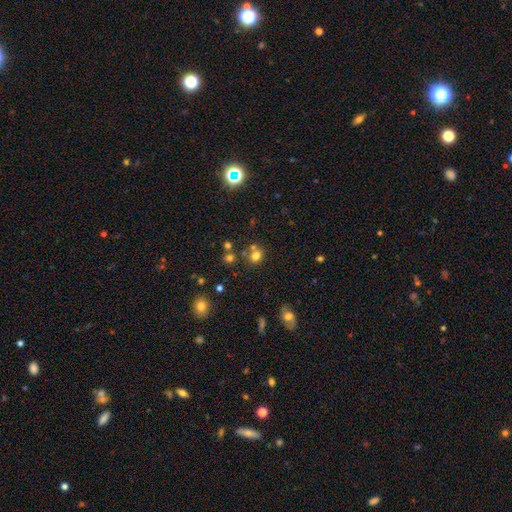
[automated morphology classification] A smooth galaxy with no disk features (74%) that is round (75%). Merging: none (63%).